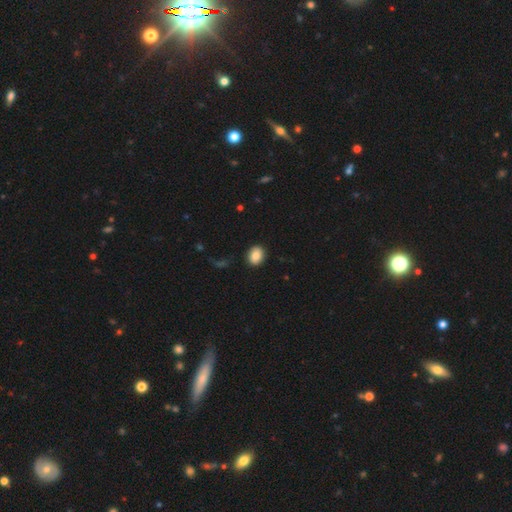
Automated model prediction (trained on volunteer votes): Smooth or featured? smooth (86%)
How rounded? in between (50%)
Merging? none (89%)